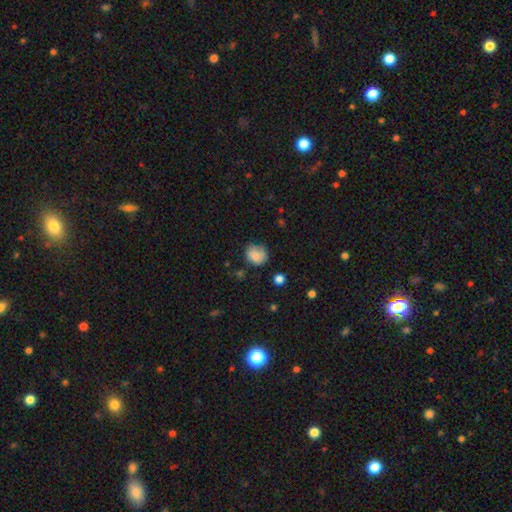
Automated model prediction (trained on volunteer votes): A smooth galaxy with no disk features (79%) that is round (68%). Merging: none (59%).